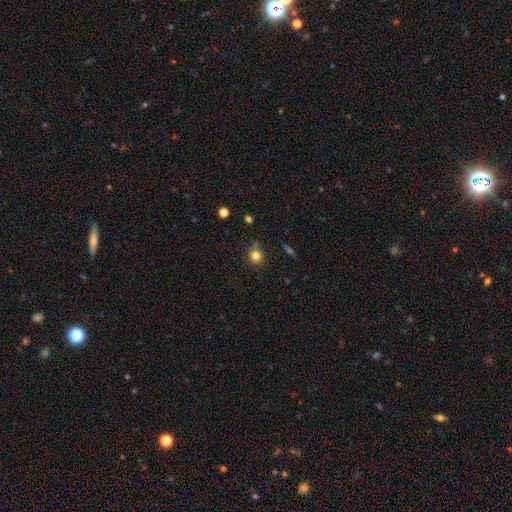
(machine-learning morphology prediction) A smooth galaxy with no disk features (81%) that is round (89%). Merging: none (76%).